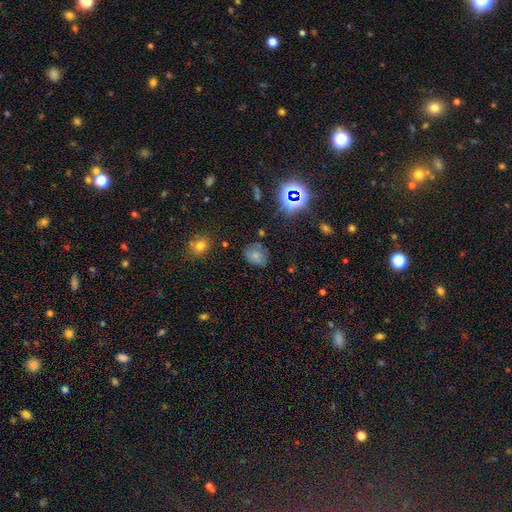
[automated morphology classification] Q: Smooth or featured?
A: smooth (70%); runner-up: star or artifact (19%)
Q: How rounded?
A: round (54%); runner-up: in between (45%)
Q: Merging?
A: none (74%); runner-up: minor disturbance (18%)